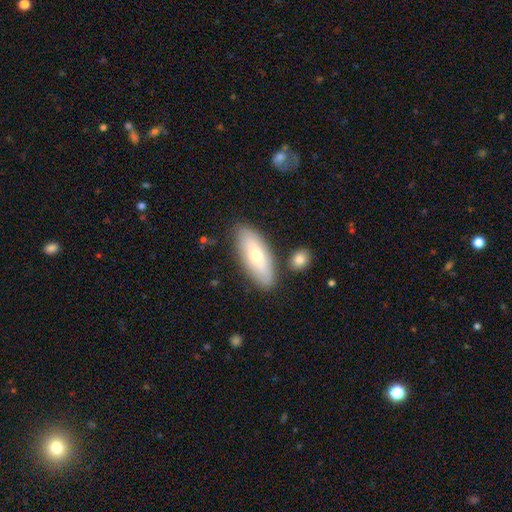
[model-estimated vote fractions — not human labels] smooth_or_featured: smooth (p=0.61) [alt: featured or disk p=0.33]
how_rounded: in between (p=0.77) [alt: cigar-shaped p=0.20]
merging: none (p=0.81) [alt: minor disturbance p=0.12]